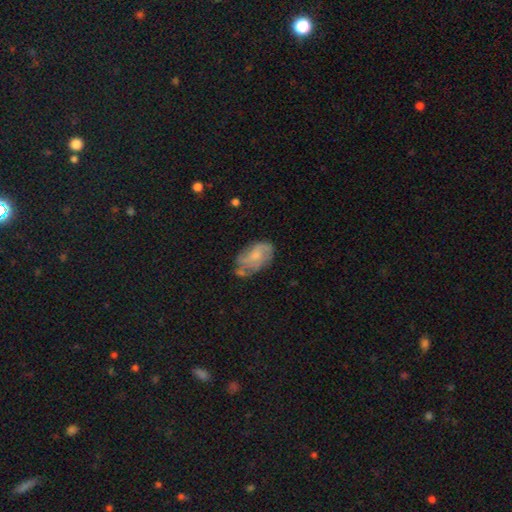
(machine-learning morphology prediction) Smooth or featured? featured or disk (55%)
Edge-on disk? no (96%)
Bar? no (70%)
Spiral arms? yes (72%)
Bulge size? small (41%)
Merging? none (53%)